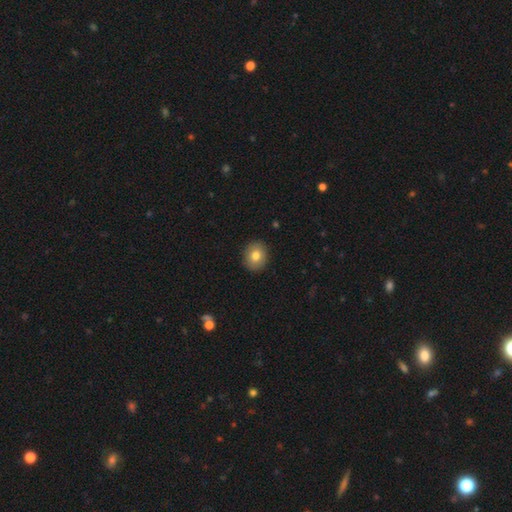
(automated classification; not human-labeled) smooth_or_featured: smooth (p=0.79) [alt: featured or disk p=0.12]
how_rounded: round (p=0.73) [alt: in between p=0.26]
merging: none (p=0.90) [alt: minor disturbance p=0.07]